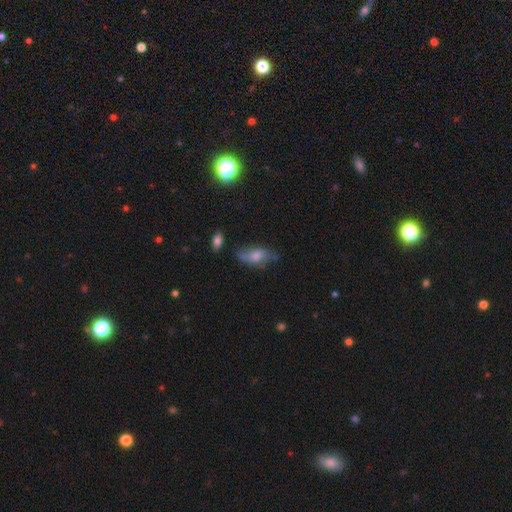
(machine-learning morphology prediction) Smooth or featured? smooth (66%)
How rounded? in between (86%)
Merging? none (57%)